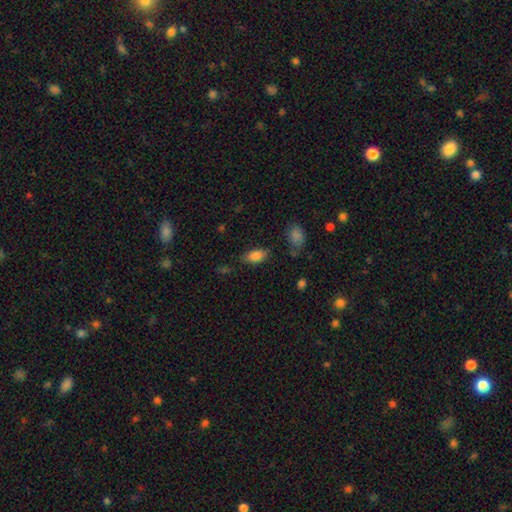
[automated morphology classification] Smooth or featured: smooth — 83% (star or artifact — 9%)
How rounded: in between — 90% (cigar-shaped — 6%)
Merging: none — 77% (minor disturbance — 16%)